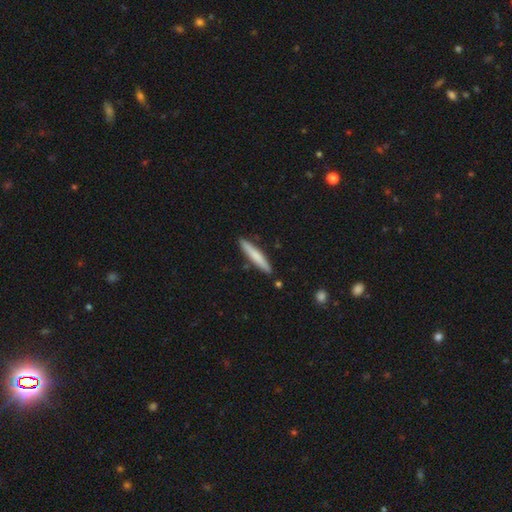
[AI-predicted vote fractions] Smooth or featured? smooth (70%)
How rounded? cigar-shaped (94%)
Merging? none (87%)